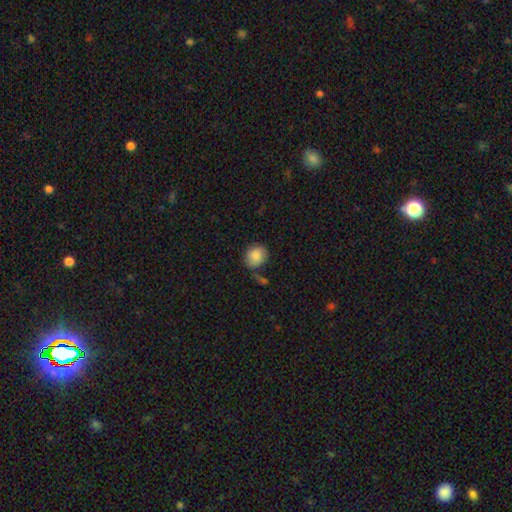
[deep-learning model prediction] smooth 85%, star or artifact 8%, featured or disk 7%. Down the decision tree: how rounded — round (70%); merging — none (62%).